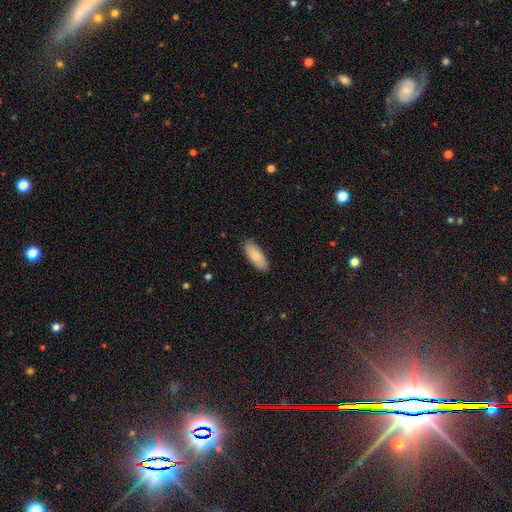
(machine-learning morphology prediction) Q: Smooth or featured?
A: smooth (84%); runner-up: featured or disk (10%)
Q: How rounded?
A: in between (79%); runner-up: cigar-shaped (19%)
Q: Merging?
A: none (88%); runner-up: minor disturbance (9%)